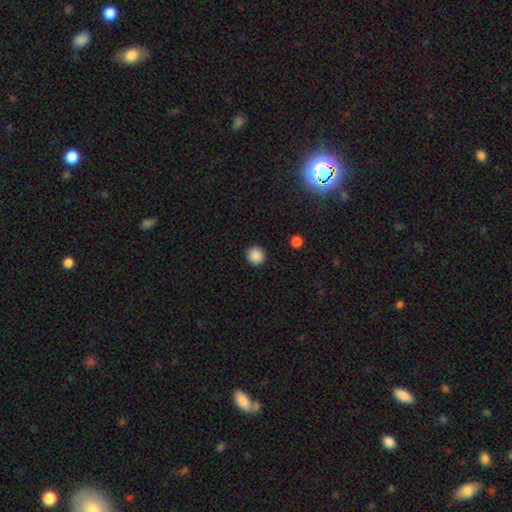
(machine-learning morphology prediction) A smooth galaxy with no disk features (88%) that is round (92%). Merging: none (92%).